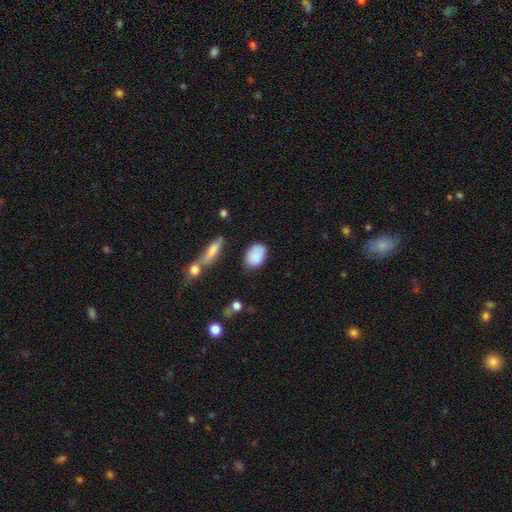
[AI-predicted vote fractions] smooth 86%, star or artifact 7%, featured or disk 7%. Down the decision tree: how rounded — in between (86%); merging — none (70%).